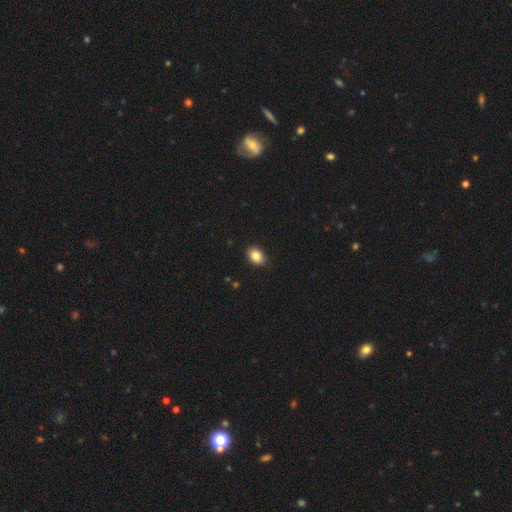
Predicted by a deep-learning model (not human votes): Smooth or featured? Predicted: smooth (p=0.85). How rounded? Predicted: in between (p=0.77). Merging? Predicted: none (p=0.88).